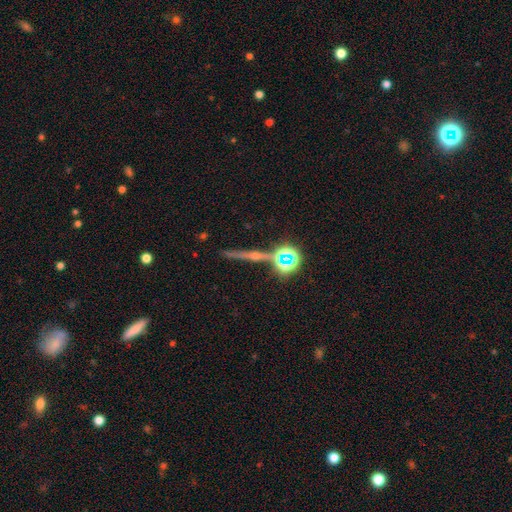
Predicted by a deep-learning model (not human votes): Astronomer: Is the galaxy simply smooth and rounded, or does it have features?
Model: featured or disk — 58%.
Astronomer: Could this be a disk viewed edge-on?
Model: yes — 94%.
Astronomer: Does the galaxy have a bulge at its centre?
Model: rounded — 82%.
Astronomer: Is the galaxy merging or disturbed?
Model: none — 83%.